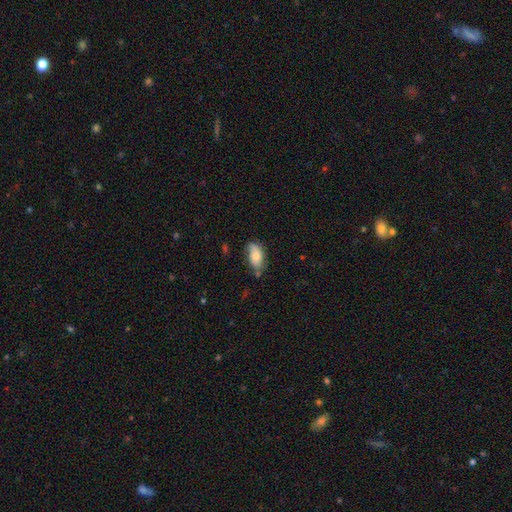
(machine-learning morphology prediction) Smooth or featured? smooth (69%)
How rounded? in between (92%)
Merging? none (60%)